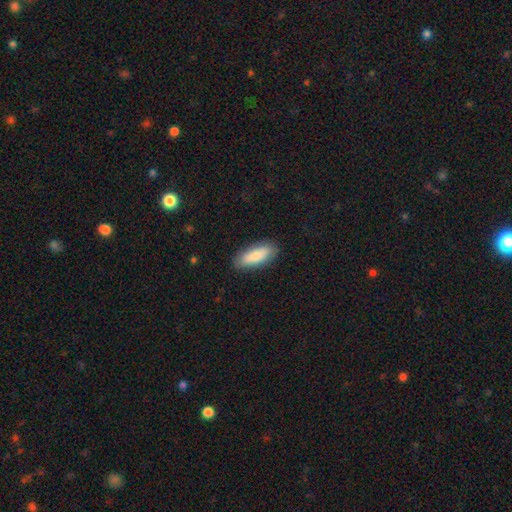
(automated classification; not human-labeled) Smooth or featured? smooth (84%)
How rounded? in between (70%)
Merging? none (87%)